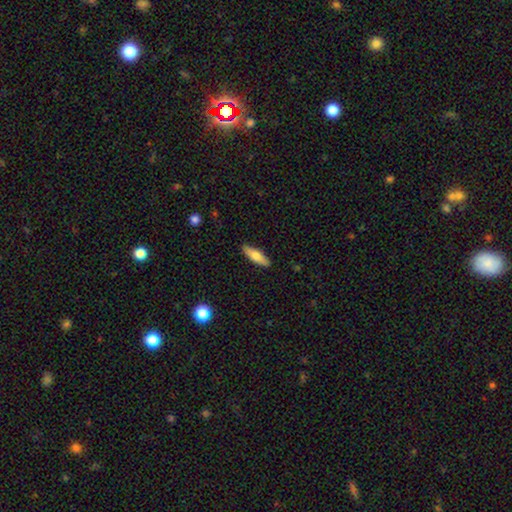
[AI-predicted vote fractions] The model was most divided on "how rounded": cigar-shaped: 54%, in between: 44%, round: 2%. More confident: merging — none (88%); smooth or featured — smooth (66%).